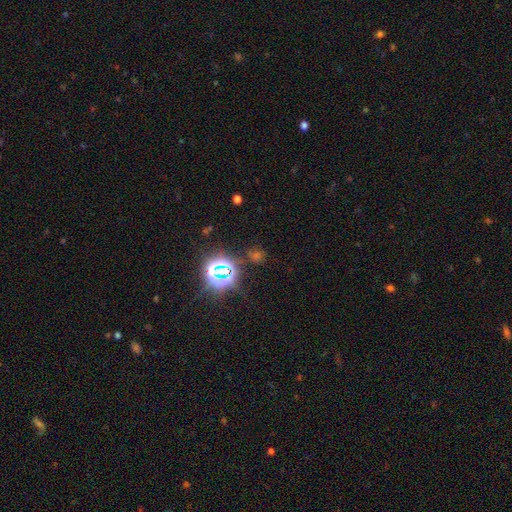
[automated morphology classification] type=star or artifact (66%).